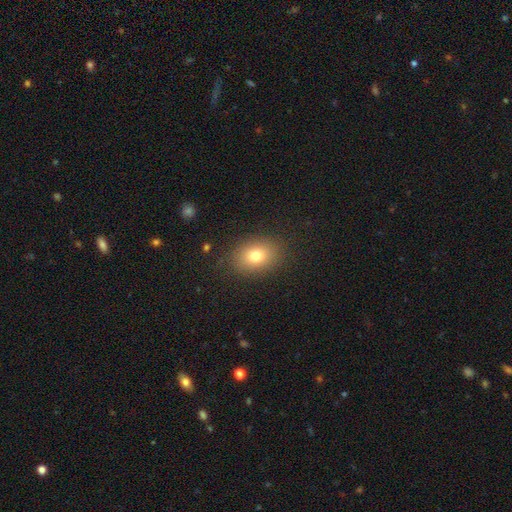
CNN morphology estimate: This is likely a smooth galaxy (78%). How rounded: likely in between (73%). Merging: clearly none (86%).